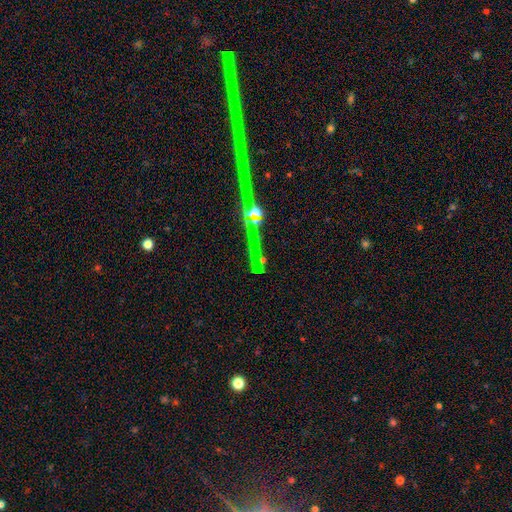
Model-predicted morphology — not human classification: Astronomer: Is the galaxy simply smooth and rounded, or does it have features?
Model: star or artifact — 54% (runner-up: featured or disk, 35%).